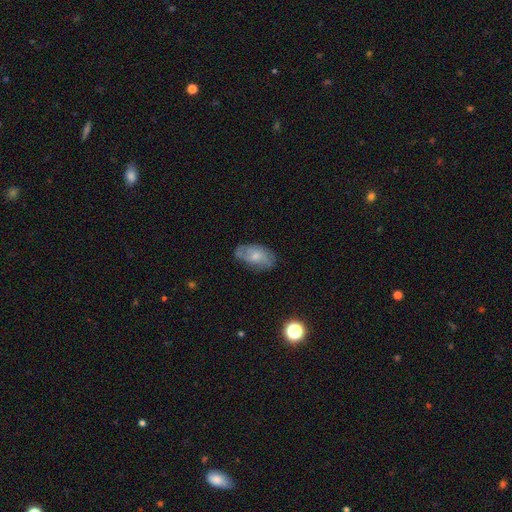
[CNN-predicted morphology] smooth 52%, featured or disk 41%, star or artifact 7%. Down the decision tree: how rounded — in between (92%); merging — none (66%).